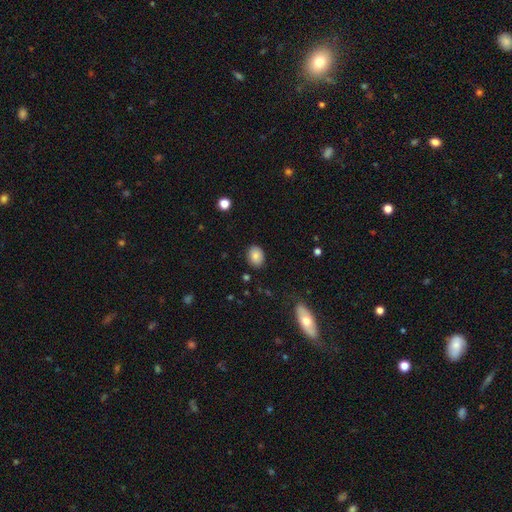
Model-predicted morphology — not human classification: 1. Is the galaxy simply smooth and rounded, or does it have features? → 84% smooth, 9% star or artifact, 7% featured or disk.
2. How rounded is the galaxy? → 62% in between, 37% round, 1% cigar-shaped.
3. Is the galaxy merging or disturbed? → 86% none, 10% minor disturbance, 3% major disturbance, 1% merger.